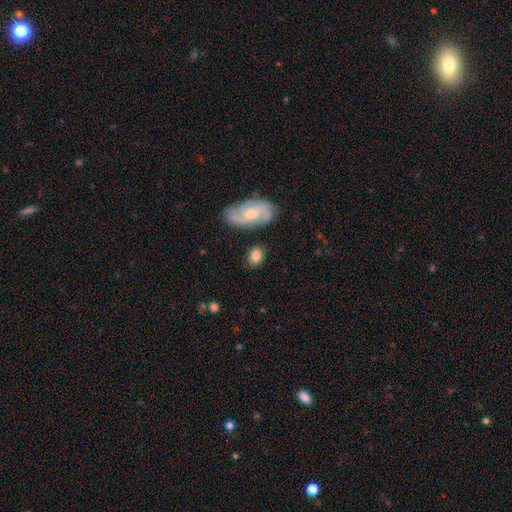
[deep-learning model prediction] A smooth galaxy with no disk features (70%) that is in between round and cigar-shaped (62%).

Vote fractions:
- Smooth or featured? smooth: 70% / featured or disk: 22% / star or artifact: 8%
- How rounded? in between: 62% / round: 35% / cigar-shaped: 2%
- Merging? none: 78% / minor disturbance: 13% / merger: 5% / major disturbance: 4%